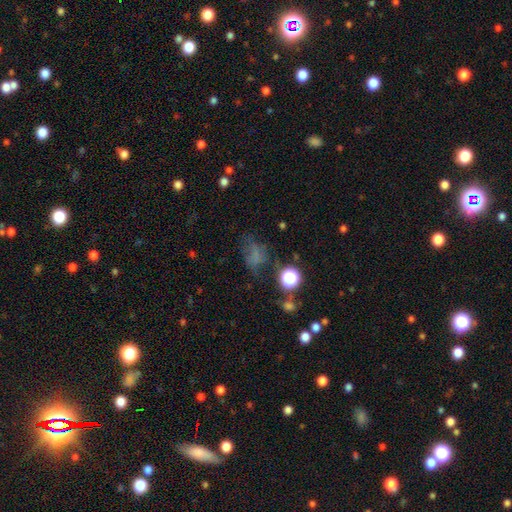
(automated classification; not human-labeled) smooth-or-featured: smooth: 52% | star or artifact: 29% | featured or disk: 19%
  how-rounded: in between: 51% | round: 47% | cigar-shaped: 2%
  merging: none: 48% | major disturbance: 24% | minor disturbance: 22% | merger: 6%